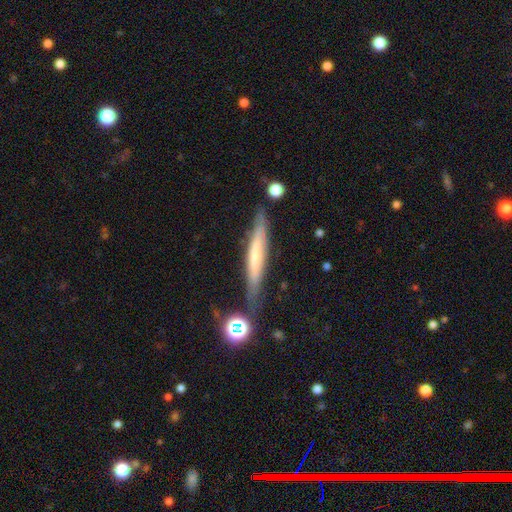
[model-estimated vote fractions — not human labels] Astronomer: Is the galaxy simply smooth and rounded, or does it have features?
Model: smooth — 47% (runner-up: featured or disk, 45%).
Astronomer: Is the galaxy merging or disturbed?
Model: none — 78%.